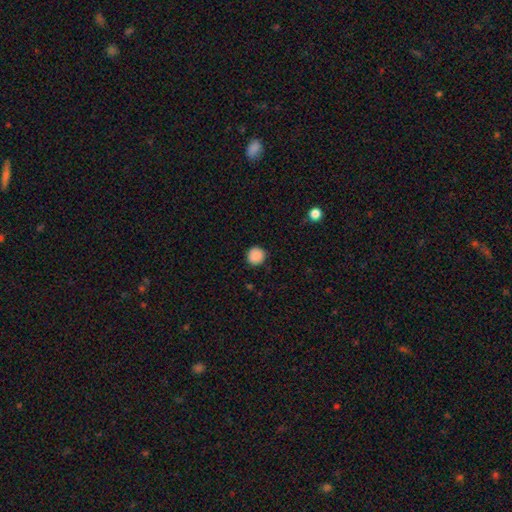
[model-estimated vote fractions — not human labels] smooth 89%, star or artifact 9%, featured or disk 2%. Down the decision tree: how rounded — round (93%); merging — none (89%).